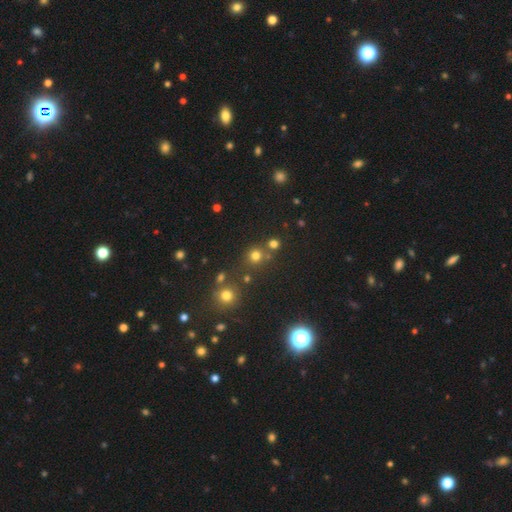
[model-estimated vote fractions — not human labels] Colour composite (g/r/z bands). It shows a smooth galaxy with no disk features (72%) that is round (92%). Merging: none (75%).